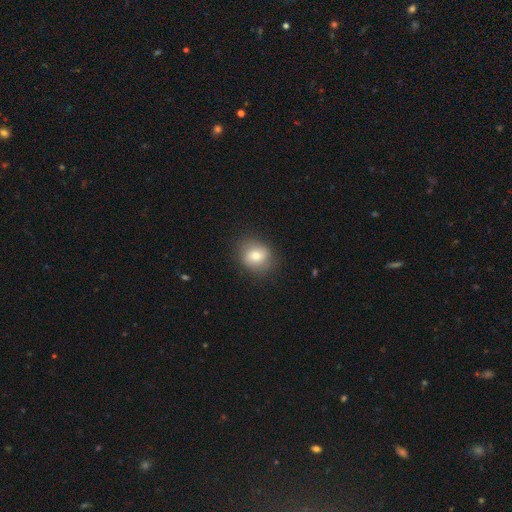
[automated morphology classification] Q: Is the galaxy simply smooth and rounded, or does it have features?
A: smooth — 72%.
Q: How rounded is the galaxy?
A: round — 66%.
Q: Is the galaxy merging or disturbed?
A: none — 83%.